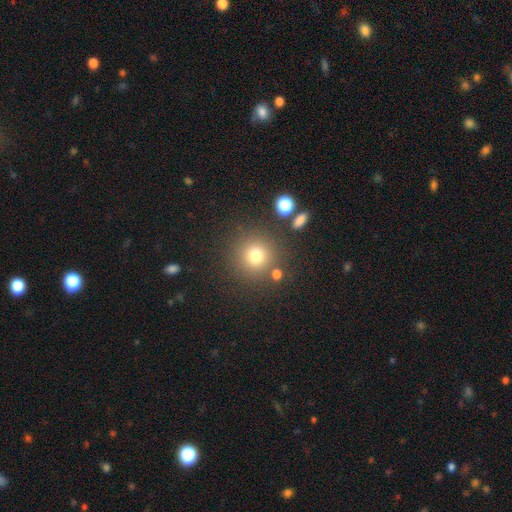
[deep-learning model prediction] Smooth or featured? smooth (76%)
How rounded? round (93%)
Merging? none (83%)